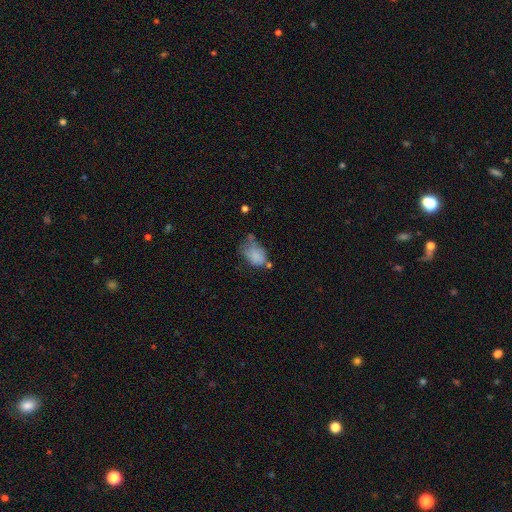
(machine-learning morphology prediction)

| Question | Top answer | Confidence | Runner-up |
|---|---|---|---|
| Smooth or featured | smooth | 72% | featured or disk (17%) |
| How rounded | in between | 79% | round (19%) |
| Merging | minor disturbance | 35% | none (31%) |